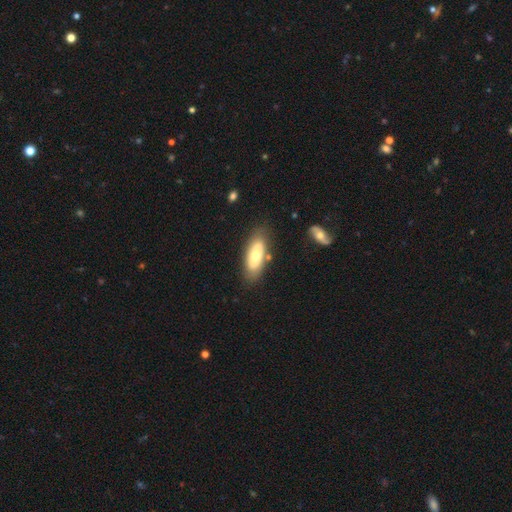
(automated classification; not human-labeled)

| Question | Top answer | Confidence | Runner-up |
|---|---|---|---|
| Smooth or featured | smooth | 59% | featured or disk (35%) |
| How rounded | in between | 82% | cigar-shaped (15%) |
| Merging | none | 75% | minor disturbance (15%) |